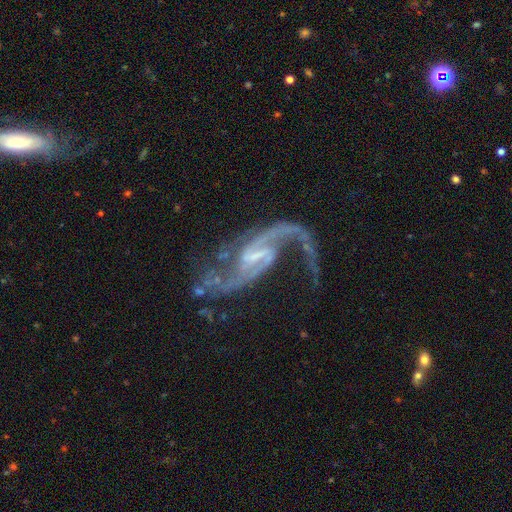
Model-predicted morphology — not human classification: Smooth or featured? featured or disk (92%)
Edge-on disk? no (97%)
Bar? weak (53%)
Spiral arms? yes (98%)
Spiral winding? loose (64%)
Spiral arm count? 2 (92%)
Bulge size? small (50%)
Merging? none (56%)